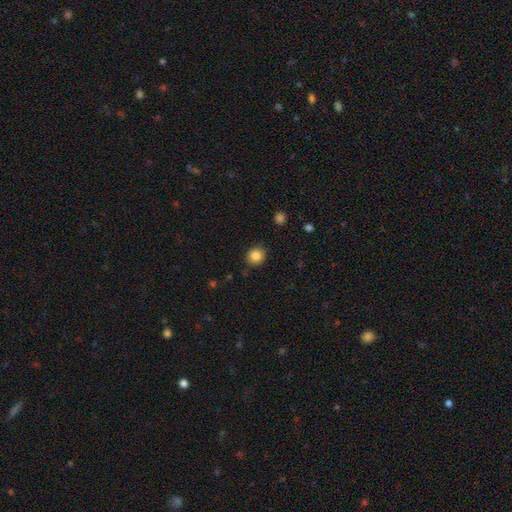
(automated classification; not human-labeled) smooth 85%, star or artifact 10%, featured or disk 4%. Down the decision tree: how rounded — round (84%); merging — none (88%).